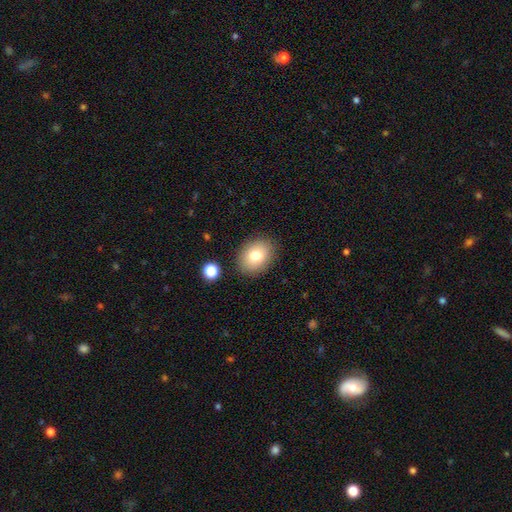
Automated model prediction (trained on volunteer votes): Smooth or featured? Predicted: smooth (p=0.79). How rounded? Predicted: in between (p=0.62). Merging? Predicted: none (p=0.86).